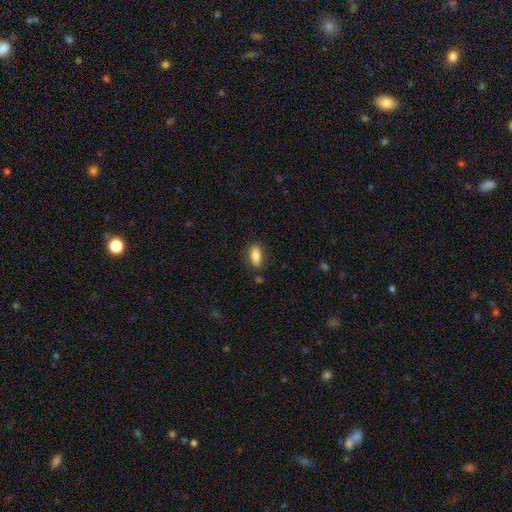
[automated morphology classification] Q: Smooth or featured?
A: smooth (81%); runner-up: featured or disk (11%)
Q: How rounded?
A: in between (84%); runner-up: cigar-shaped (13%)
Q: Merging?
A: none (82%); runner-up: minor disturbance (12%)